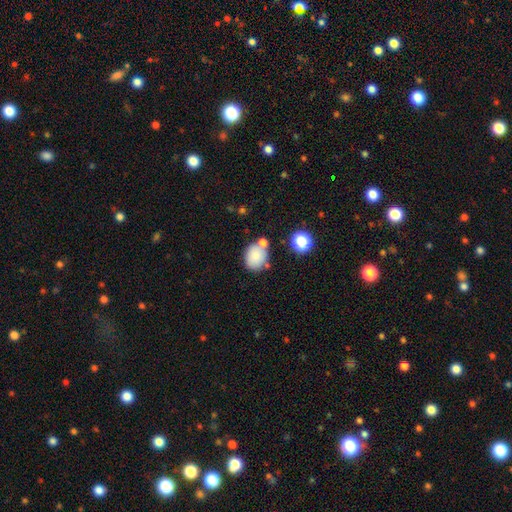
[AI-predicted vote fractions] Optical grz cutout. It shows a smooth galaxy with no disk features (81%) that is round (50%). Merging: none (60%).